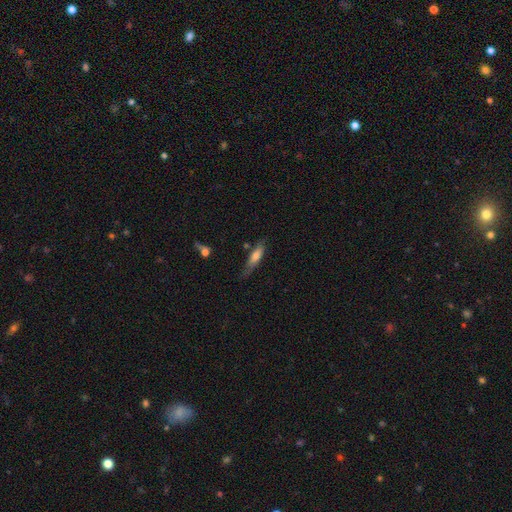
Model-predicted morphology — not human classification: A smooth galaxy with no disk features (64%) that is cigar-shaped (69%). Merging: none (59%).